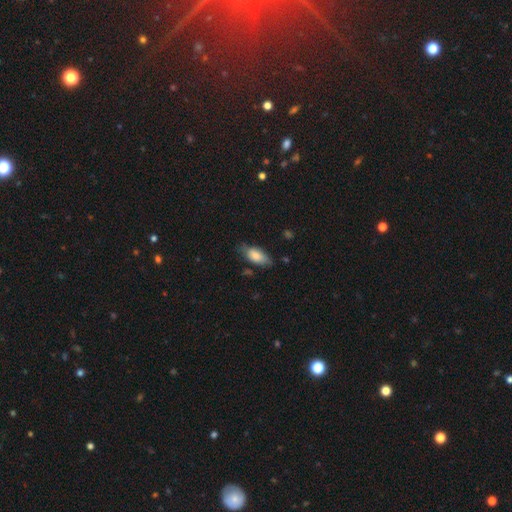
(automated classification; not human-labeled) A smooth galaxy with no disk features (80%) that is in between round and cigar-shaped (86%).

Vote fractions:
- Smooth or featured? smooth: 80% / featured or disk: 14% / star or artifact: 7%
- How rounded? in between: 86% / cigar-shaped: 11% / round: 3%
- Merging? none: 63% / minor disturbance: 29% / major disturbance: 6% / merger: 2%